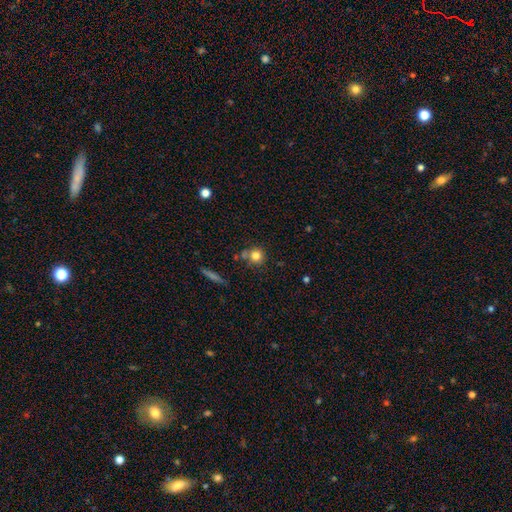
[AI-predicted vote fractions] The model was most divided on "merging": none: 66%, minor disturbance: 15%, merger: 14%, major disturbance: 5%. More confident: how rounded — round (89%); smooth or featured — smooth (80%).